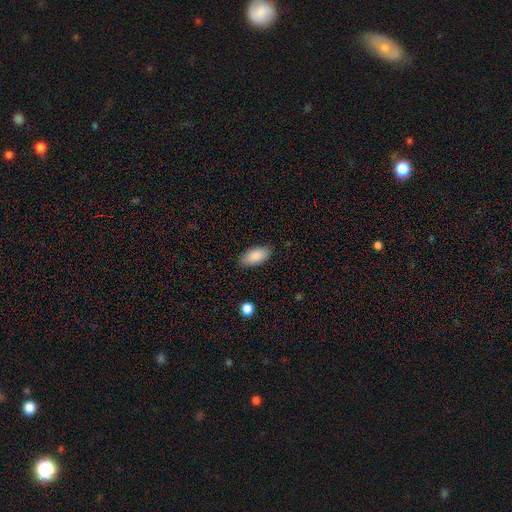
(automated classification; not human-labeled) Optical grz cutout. It shows a smooth galaxy with no disk features (87%) that is in between round and cigar-shaped (91%). Merging: none (86%).